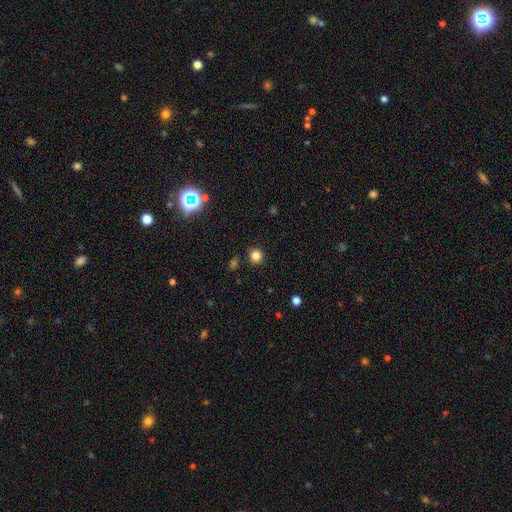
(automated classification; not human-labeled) A smooth galaxy with no disk features (83%) that is round (88%). Merging: none (88%).